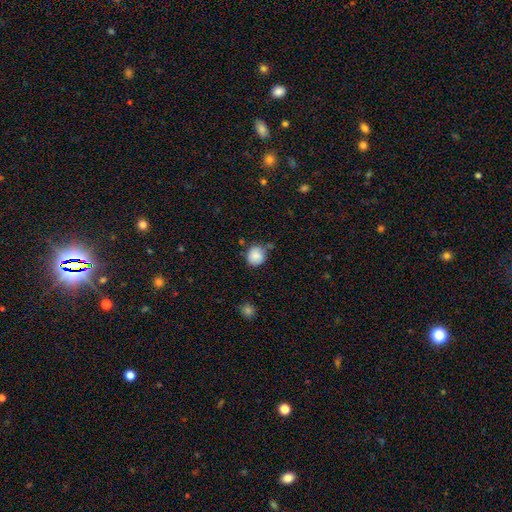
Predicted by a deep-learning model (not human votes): smooth 83%, star or artifact 8%, featured or disk 8%. Down the decision tree: how rounded — round (84%); merging — none (72%).